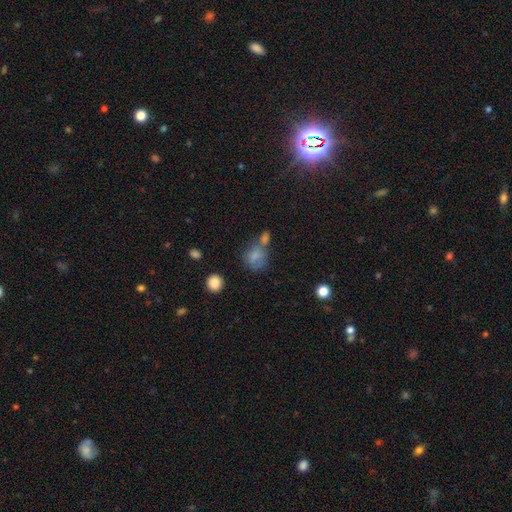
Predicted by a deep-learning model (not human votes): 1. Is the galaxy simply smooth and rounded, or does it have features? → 75% smooth, 13% featured or disk, 11% star or artifact.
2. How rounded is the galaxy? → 51% round, 47% in between, 2% cigar-shaped.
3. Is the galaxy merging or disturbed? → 38% merger, 33% none, 17% minor disturbance, 12% major disturbance.